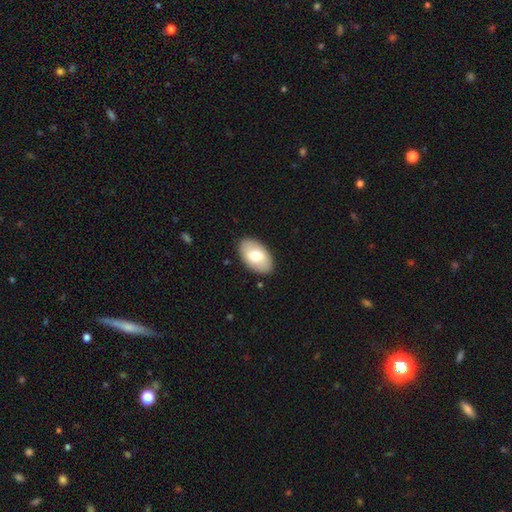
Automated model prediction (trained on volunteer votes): Morphology: type=smooth (71%); roundness=in between (94%); merging=none (88%).